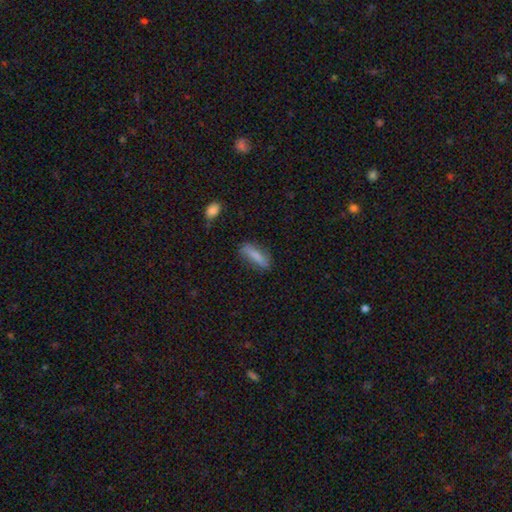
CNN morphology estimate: Smooth or featured?
  - smooth: 78% *
  - featured or disk: 15%
  - star or artifact: 7%
How rounded?
  - cigar-shaped: 61% *
  - in between: 37%
  - round: 2%
Merging?
  - none: 73% *
  - minor disturbance: 20%
  - major disturbance: 5%
  - merger: 2%